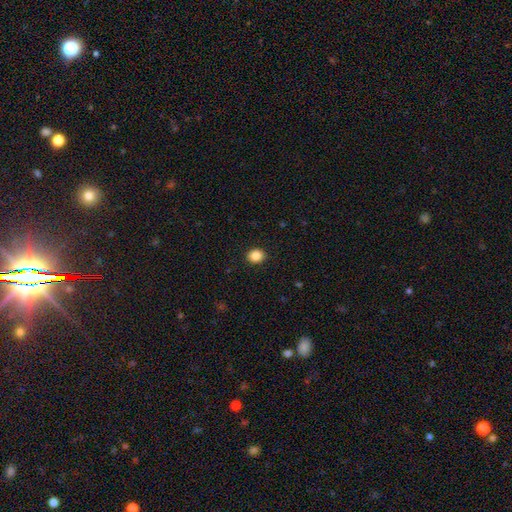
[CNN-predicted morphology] Smooth or featured: smooth — 87% (star or artifact — 10%)
How rounded: round — 69% (in between — 30%)
Merging: none — 92% (minor disturbance — 5%)